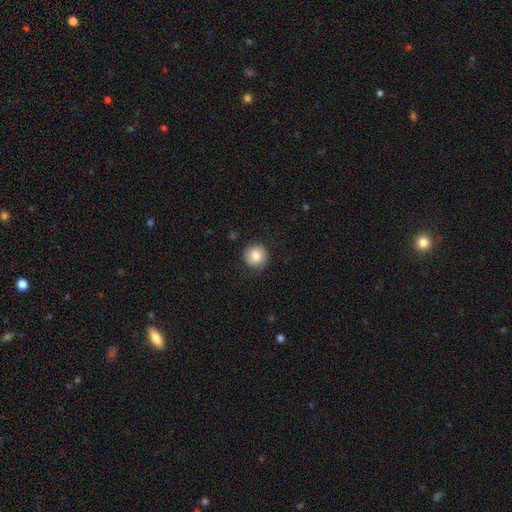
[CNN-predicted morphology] Smooth or featured: smooth — 75% (featured or disk — 17%)
How rounded: round — 91% (in between — 8%)
Merging: none — 80% (minor disturbance — 14%)